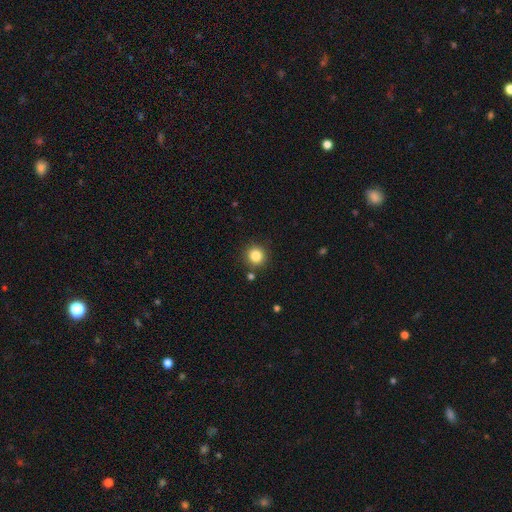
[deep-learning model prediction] smooth_or_featured: smooth (p=0.84) [alt: star or artifact p=0.11]
how_rounded: round (p=0.93) [alt: in between p=0.06]
merging: none (p=0.87) [alt: minor disturbance p=0.07]